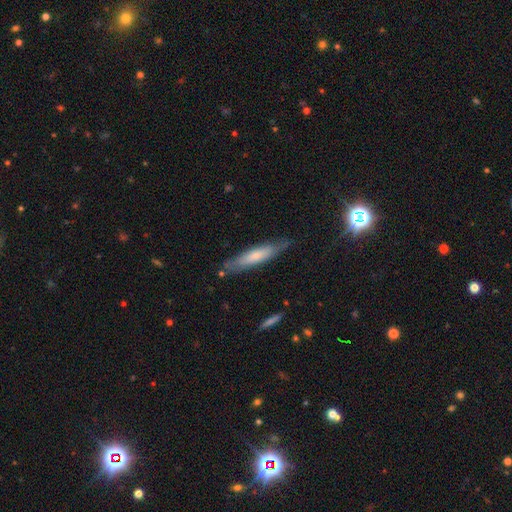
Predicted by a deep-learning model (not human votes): Smooth or featured: smooth — 62% (featured or disk — 32%)
How rounded: cigar-shaped — 81% (in between — 18%)
Merging: none — 77% (minor disturbance — 17%)